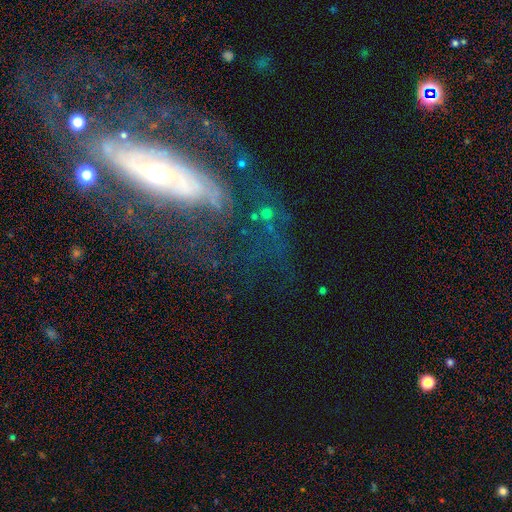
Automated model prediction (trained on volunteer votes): Smooth or featured? featured or disk (77%)
Edge-on disk? no (85%)
Bar? no (51%)
Spiral arms? yes (73%)
Bulge size? moderate (45%)
Merging? none (56%)